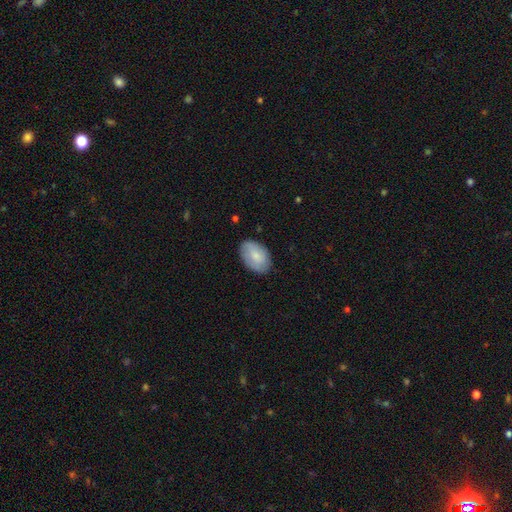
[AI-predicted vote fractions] The model was most divided on "smooth or featured": smooth: 80%, featured or disk: 14%, star or artifact: 6%. More confident: how rounded — in between (90%); merging — none (83%).